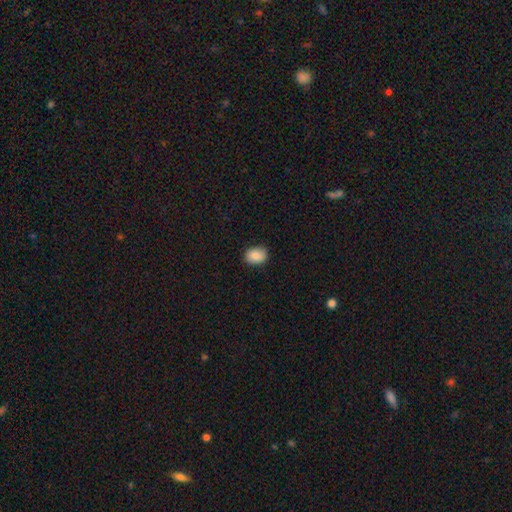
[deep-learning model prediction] A smooth galaxy with no disk features (86%) that is in between round and cigar-shaped (65%). Merging: none (87%).